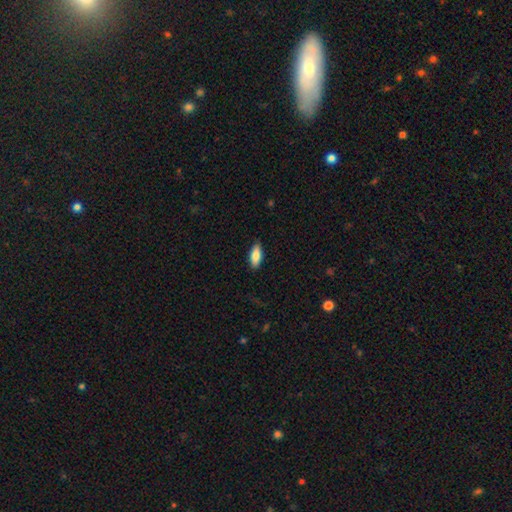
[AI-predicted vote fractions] Smooth or featured? smooth (84%)
How rounded? in between (79%)
Merging? none (84%)